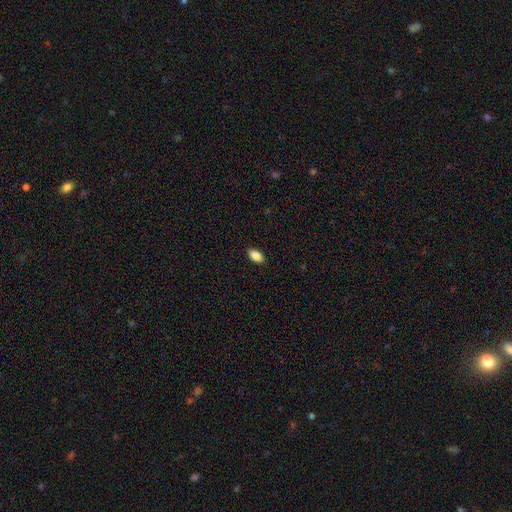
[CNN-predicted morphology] This is clearly a smooth galaxy (88%). How rounded: clearly in between (92%). Merging: clearly none (89%).